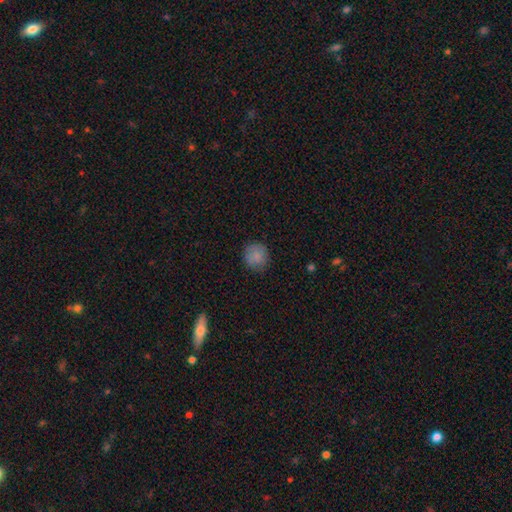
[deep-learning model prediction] smooth-or-featured: smooth: 85% | star or artifact: 8% | featured or disk: 7%
  how-rounded: round: 89% | in between: 10% | cigar-shaped: 1%
  merging: none: 83% | minor disturbance: 13% | major disturbance: 3% | merger: 1%